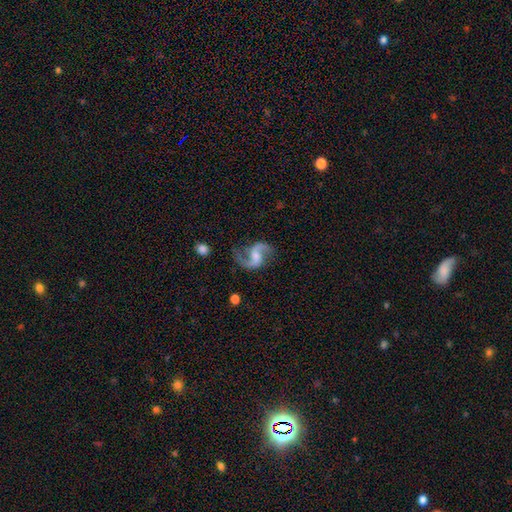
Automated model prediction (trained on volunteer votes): Q: Smooth or featured?
A: featured or disk (91%); runner-up: star or artifact (5%)
Q: Edge-on disk?
A: no (98%); runner-up: yes (2%)
Q: Bar?
A: weak (48%); runner-up: no (35%)
Q: Spiral arms?
A: yes (98%); runner-up: no (2%)
Q: Spiral winding?
A: loose (63%); runner-up: medium (32%)
Q: Spiral arm count?
A: 2 (94%); runner-up: 1 (2%)
Q: Bulge size?
A: moderate (40%); runner-up: small (34%)
Q: Merging?
A: none (75%); runner-up: minor disturbance (15%)